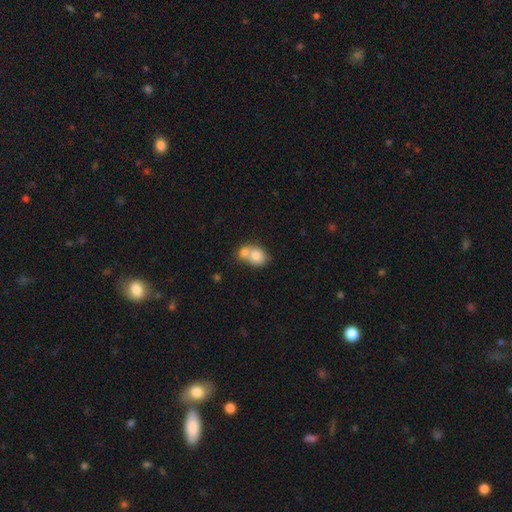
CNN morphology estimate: This is likely a smooth galaxy (77%). How rounded: possibly round (53%). Merging: likely merger (64%).